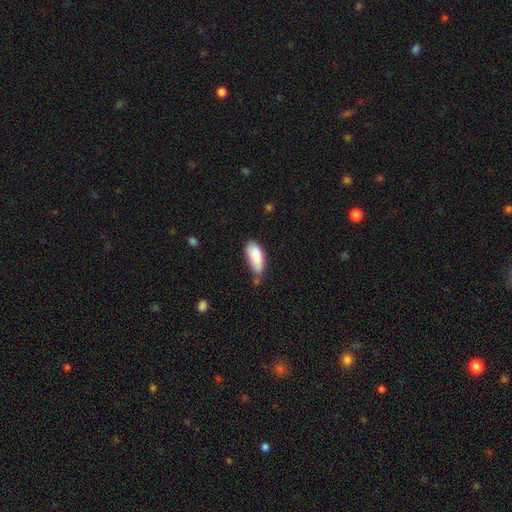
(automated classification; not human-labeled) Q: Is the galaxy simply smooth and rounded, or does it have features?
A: smooth — 87%.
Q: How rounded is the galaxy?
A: in between — 82%.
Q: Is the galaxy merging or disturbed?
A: none — 43%.